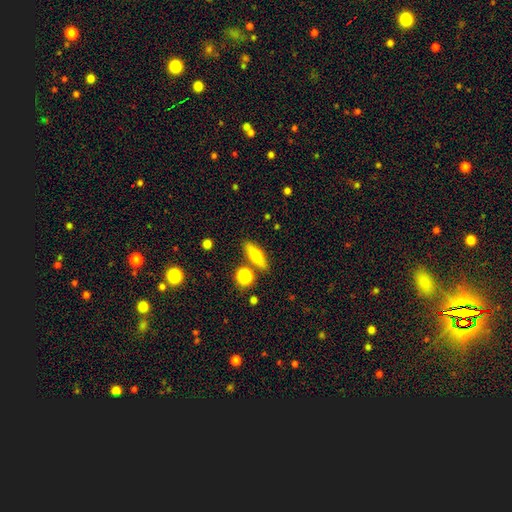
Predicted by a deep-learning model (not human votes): Morphology: type=smooth (59%); roundness=cigar-shaped (48%); merging=none (79%).